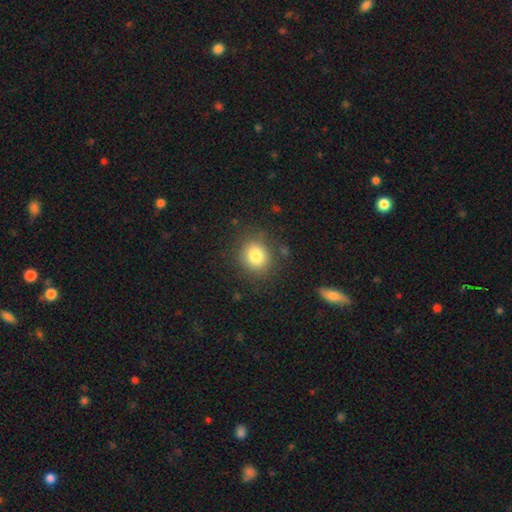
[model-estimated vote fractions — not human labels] Overall: smooth (81%). How rounded: round (81%). Merging: none (84%).